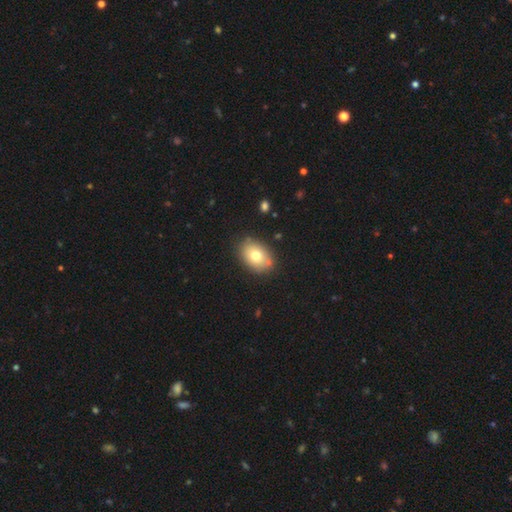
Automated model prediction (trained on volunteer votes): Smooth or featured? Predicted: smooth (p=0.74). How rounded? Predicted: in between (p=0.78). Merging? Predicted: none (p=0.82).